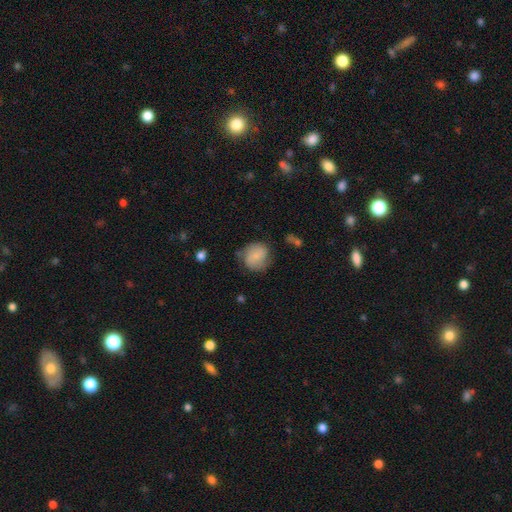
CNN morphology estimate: The model was most divided on "merging": none: 61%, minor disturbance: 26%, major disturbance: 10%, merger: 3%. More confident: how rounded — round (78%); smooth or featured — smooth (67%).